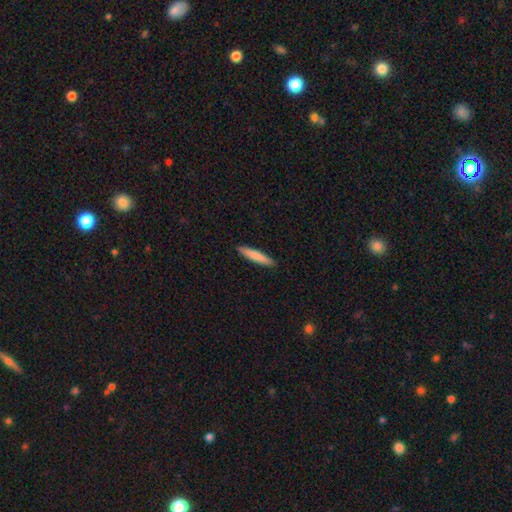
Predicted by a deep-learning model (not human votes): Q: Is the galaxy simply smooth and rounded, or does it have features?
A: smooth — 79%.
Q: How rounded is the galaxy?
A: cigar-shaped — 91%.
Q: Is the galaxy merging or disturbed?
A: none — 91%.